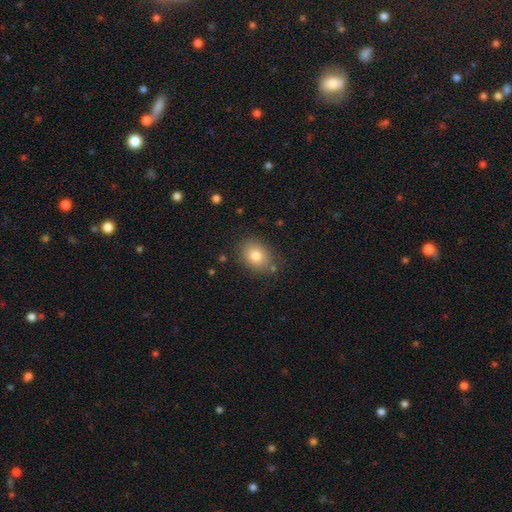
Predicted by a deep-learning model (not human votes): Smooth or featured: smooth — 80% (featured or disk — 10%)
How rounded: in between — 58% (round — 41%)
Merging: none — 81% (minor disturbance — 13%)